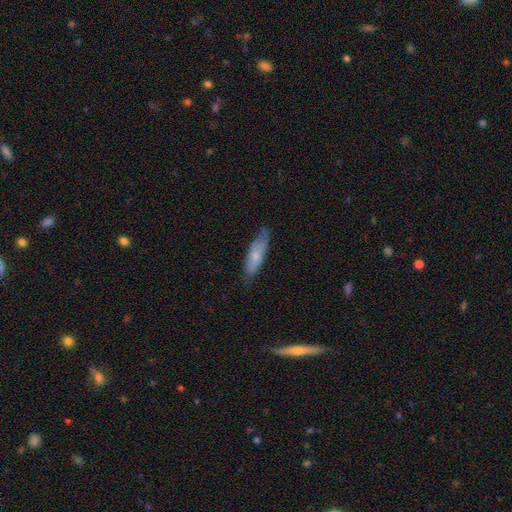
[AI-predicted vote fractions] smooth-or-featured: smooth: 66% | featured or disk: 28% | star or artifact: 6%
  how-rounded: in between: 50% | cigar-shaped: 48% | round: 2%
  merging: none: 68% | minor disturbance: 25% | major disturbance: 5% | merger: 2%